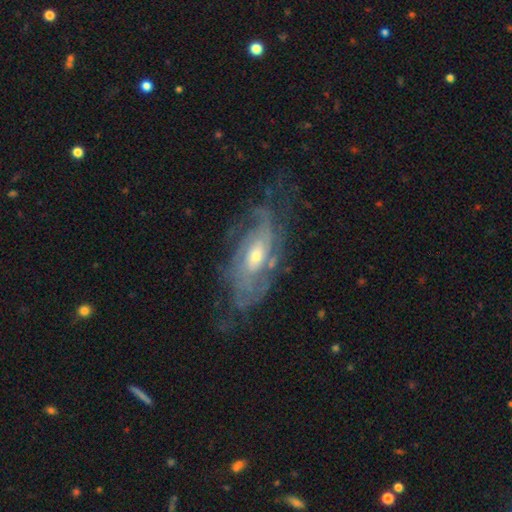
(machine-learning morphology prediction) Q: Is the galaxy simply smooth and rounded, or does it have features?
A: featured or disk — 83%.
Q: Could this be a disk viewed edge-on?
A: no — 92%.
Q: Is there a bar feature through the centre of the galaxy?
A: no — 63%.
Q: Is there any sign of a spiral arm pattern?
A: yes — 90%.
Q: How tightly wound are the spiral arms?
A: tight — 54%.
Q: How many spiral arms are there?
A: can't tell — 43%.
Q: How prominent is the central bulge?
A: moderate — 50%.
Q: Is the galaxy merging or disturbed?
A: none — 59%.